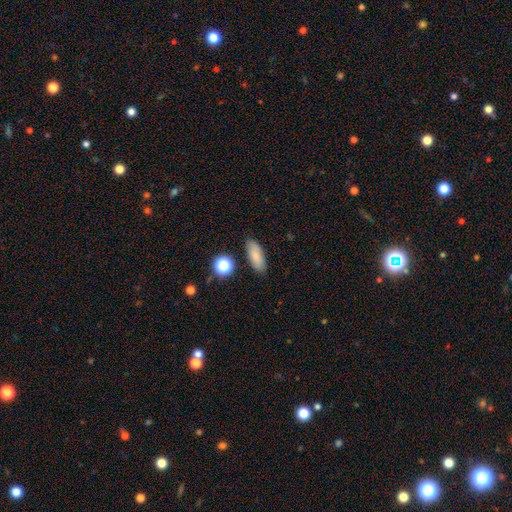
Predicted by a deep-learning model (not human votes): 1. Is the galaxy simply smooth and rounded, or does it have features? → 81% smooth, 10% featured or disk, 9% star or artifact.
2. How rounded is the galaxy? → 73% in between, 22% cigar-shaped, 4% round.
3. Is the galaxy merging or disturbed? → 85% none, 10% minor disturbance, 3% major disturbance, 3% merger.